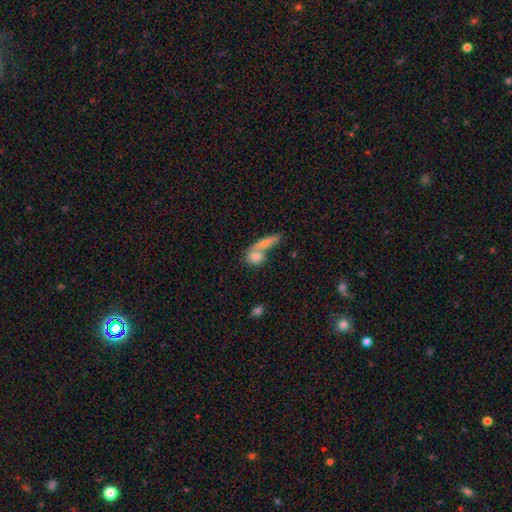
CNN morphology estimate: Smooth or featured? Predicted: smooth (p=0.71). How rounded? Predicted: in between (p=0.45). Merging? Predicted: merger (p=0.55).